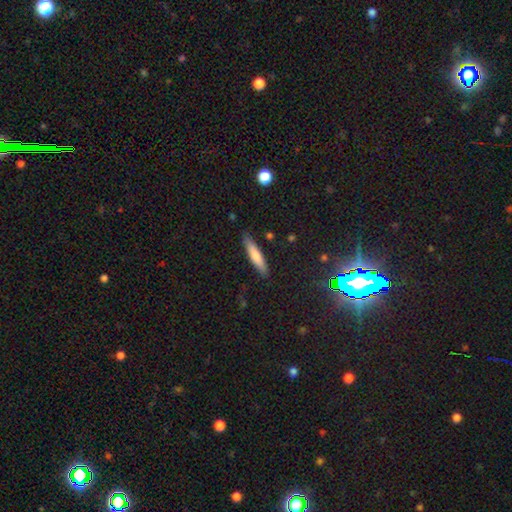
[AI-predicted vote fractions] This appears to be a smooth galaxy with no disk features (73%) that is cigar-shaped (85%). Merging: none (87%).